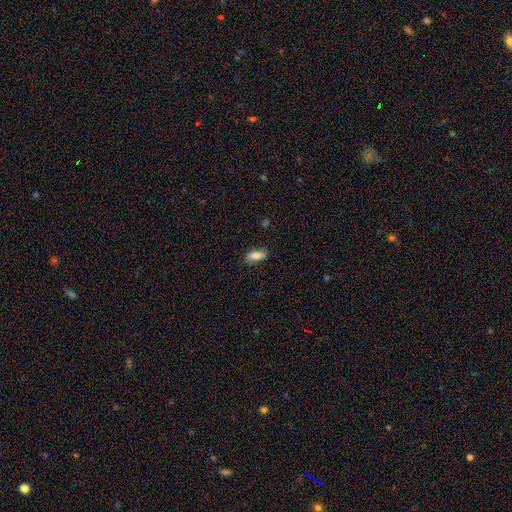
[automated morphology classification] The model was most divided on "merging": none: 74%, minor disturbance: 19%, major disturbance: 5%, merger: 2%. More confident: how rounded — in between (77%); smooth or featured — smooth (76%).